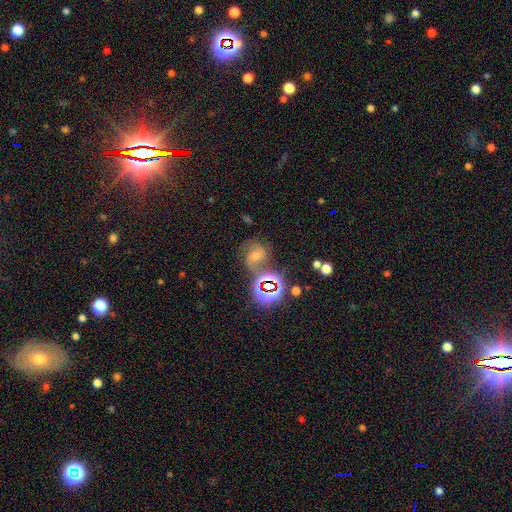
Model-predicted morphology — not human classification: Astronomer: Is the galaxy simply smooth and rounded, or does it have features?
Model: star or artifact — 42% (runner-up: featured or disk, 41%).